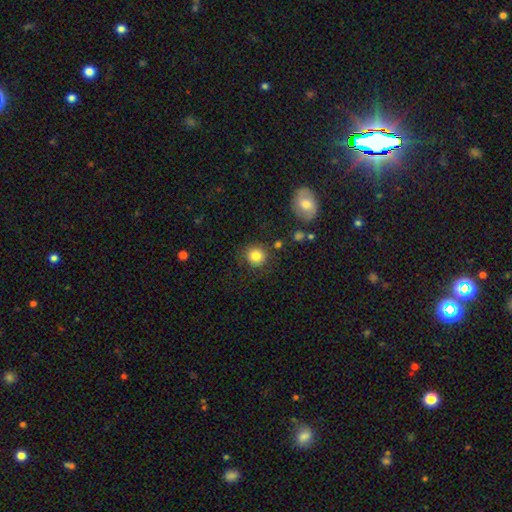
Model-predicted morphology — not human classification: smooth_or_featured: smooth (p=0.84) [alt: star or artifact p=0.10]
how_rounded: round (p=0.89) [alt: in between p=0.10]
merging: none (p=0.83) [alt: minor disturbance p=0.10]